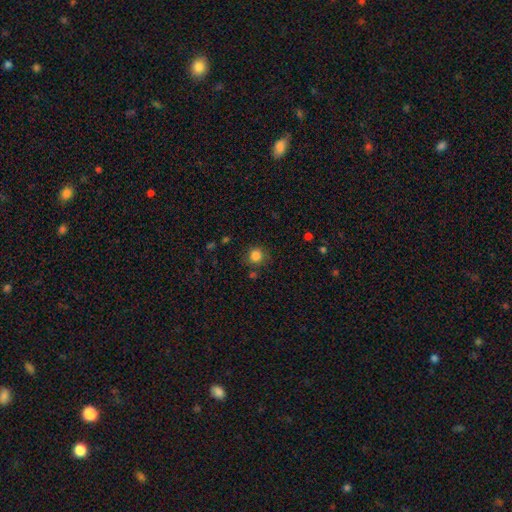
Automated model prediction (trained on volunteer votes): Smooth or featured? smooth (83%)
How rounded? round (91%)
Merging? none (82%)